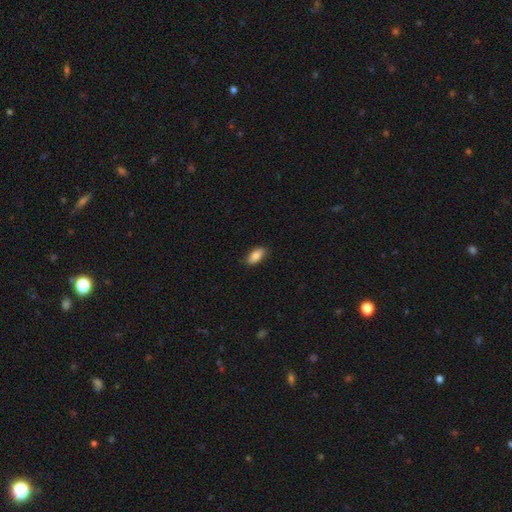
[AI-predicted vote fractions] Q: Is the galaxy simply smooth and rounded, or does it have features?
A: smooth — 86%.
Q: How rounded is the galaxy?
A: in between — 89%.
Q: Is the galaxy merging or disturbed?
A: none — 86%.